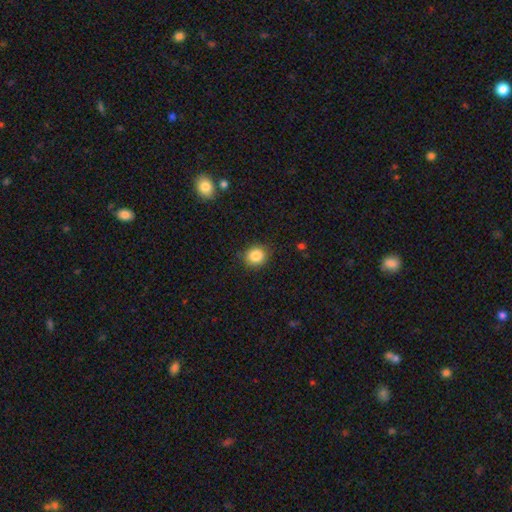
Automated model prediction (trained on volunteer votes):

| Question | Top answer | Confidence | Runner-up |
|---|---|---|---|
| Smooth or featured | smooth | 86% | star or artifact (10%) |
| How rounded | round | 82% | in between (17%) |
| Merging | none | 87% | minor disturbance (9%) |